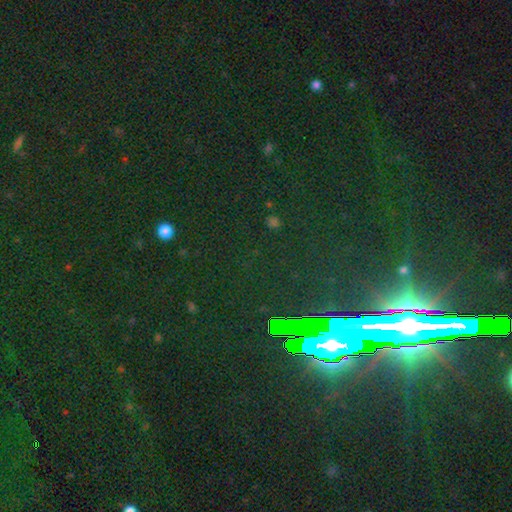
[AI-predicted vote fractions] Smooth or featured? star or artifact (84%)